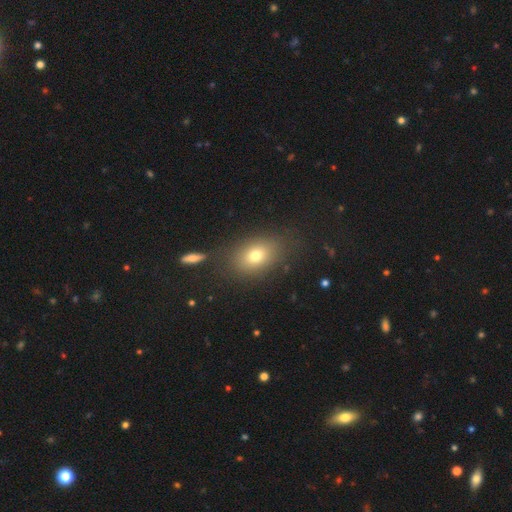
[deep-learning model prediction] smooth_or_featured: smooth (p=0.74) [alt: featured or disk p=0.14]
how_rounded: in between (p=0.72) [alt: round p=0.27]
merging: none (p=0.78) [alt: minor disturbance p=0.12]